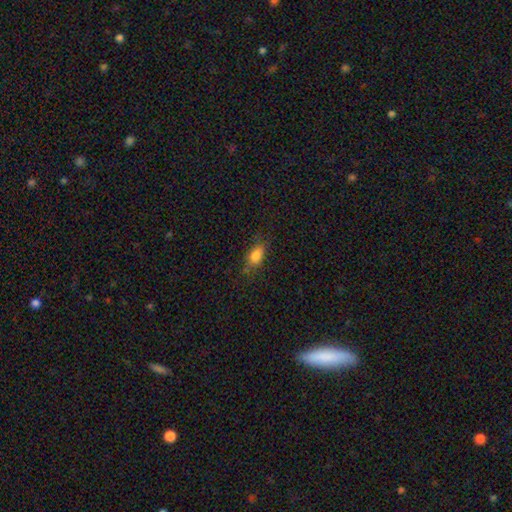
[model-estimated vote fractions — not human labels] Smooth or featured?
  - smooth: 81% *
  - star or artifact: 11%
  - featured or disk: 8%
How rounded?
  - in between: 83% *
  - round: 9%
  - cigar-shaped: 8%
Merging?
  - none: 68% *
  - minor disturbance: 22%
  - major disturbance: 9%
  - merger: 2%